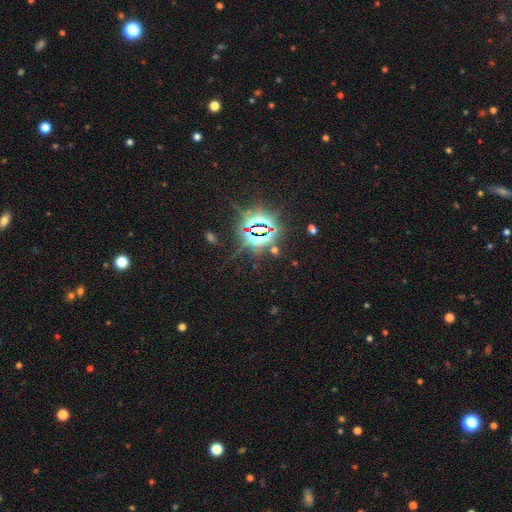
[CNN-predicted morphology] This appears to be a star or artifact, not a galaxy (85%).